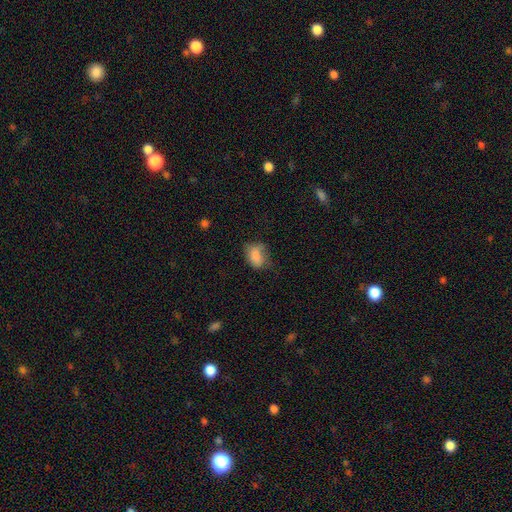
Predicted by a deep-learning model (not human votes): smooth 80%, featured or disk 10%, star or artifact 10%. Down the decision tree: how rounded — in between (81%); merging — none (42%).